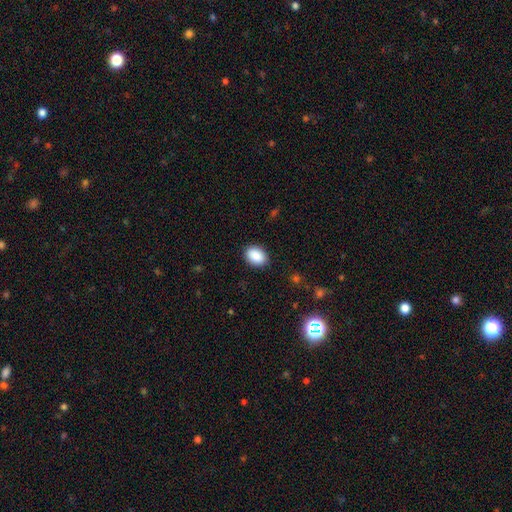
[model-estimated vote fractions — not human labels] A smooth galaxy with no disk features (90%) that is in between round and cigar-shaped (82%). Merging: none (88%).